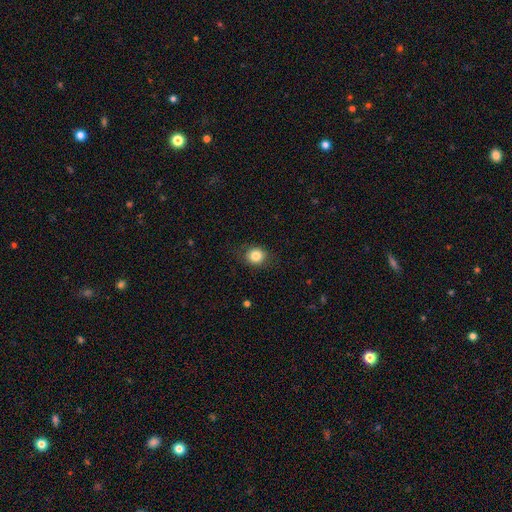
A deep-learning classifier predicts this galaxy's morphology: Overall: smooth (83%). How rounded: round (79%). Merging: none (84%).